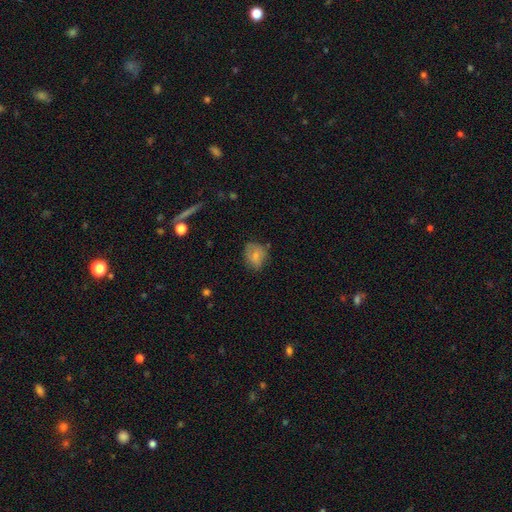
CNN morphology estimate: This appears to be a smooth galaxy with no disk features (70%) that is in between round and cigar-shaped (52%). Merging: none (60%).